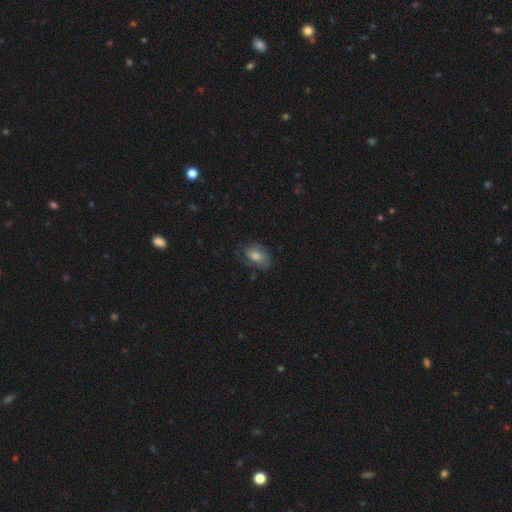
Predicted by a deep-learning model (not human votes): This is possibly a smooth galaxy (51%). How rounded: likely in between (79%). Merging: likely none (66%).